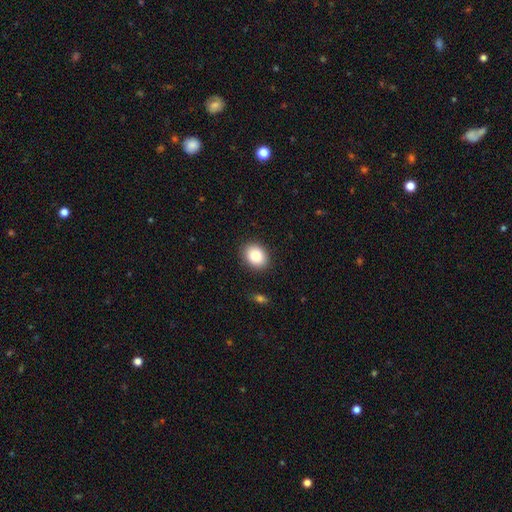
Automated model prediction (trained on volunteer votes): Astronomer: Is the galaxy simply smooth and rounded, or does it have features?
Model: smooth — 85%.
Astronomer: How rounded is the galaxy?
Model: in between — 55% (runner-up: round, 44%).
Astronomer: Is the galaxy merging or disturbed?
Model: none — 89%.